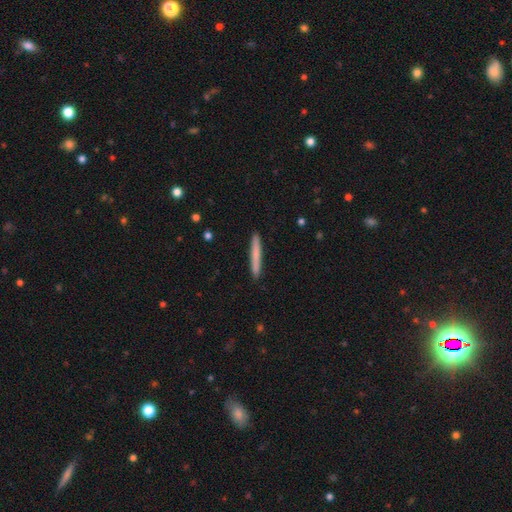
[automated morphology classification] This appears to be a smooth galaxy with no disk features (73%) that is cigar-shaped (97%). Merging: none (92%).